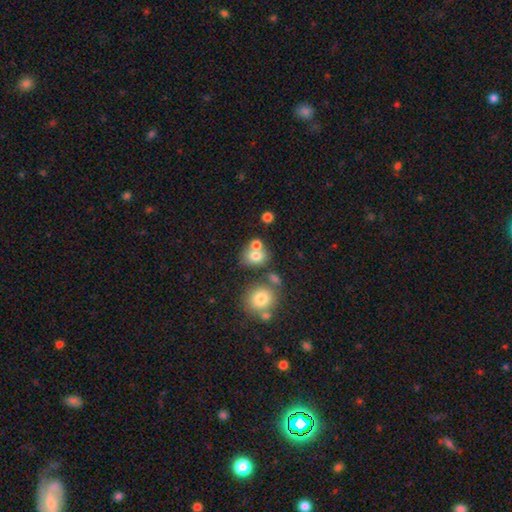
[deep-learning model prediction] Smooth or featured? smooth (73%)
How rounded? round (60%)
Merging? none (46%)